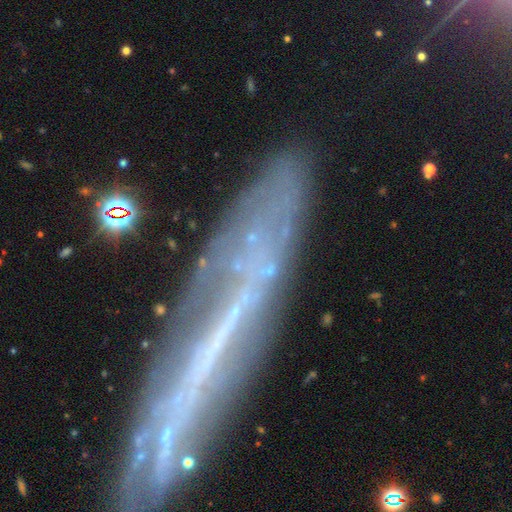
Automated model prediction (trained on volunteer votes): smooth-or-featured: featured or disk: 61% | smooth: 24% | star or artifact: 15%
  disk-edge-on: yes: 63% | no: 37%
  merging: none: 70% | minor disturbance: 18% | major disturbance: 9% | merger: 4%